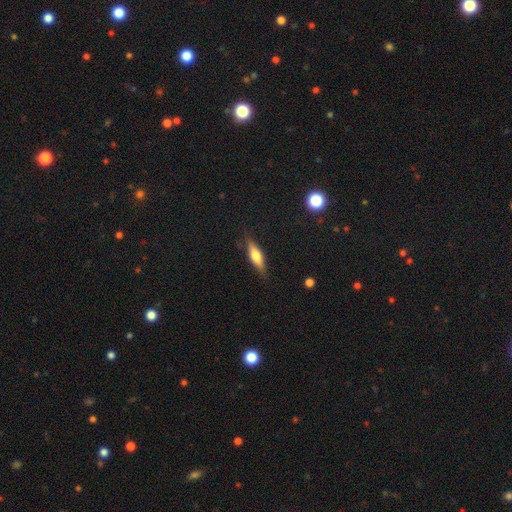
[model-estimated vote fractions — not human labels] Smooth or featured? smooth (52%)
How rounded? cigar-shaped (62%)
Merging? none (84%)